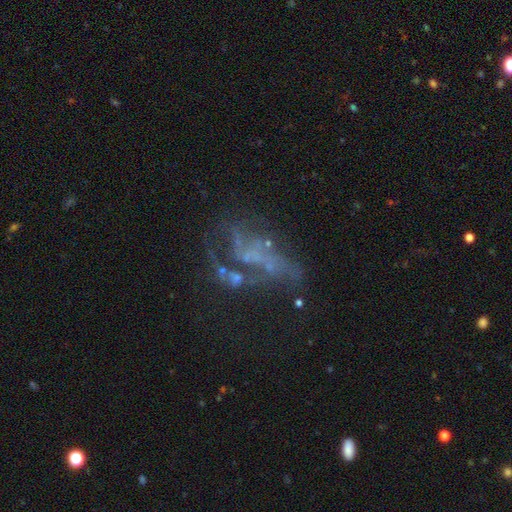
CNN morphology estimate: Smooth or featured? featured or disk (62%)
Edge-on disk? no (94%)
Bar? no (82%)
Spiral arms? no (69%)
Bulge size? none (79%)
Merging? major disturbance (40%)